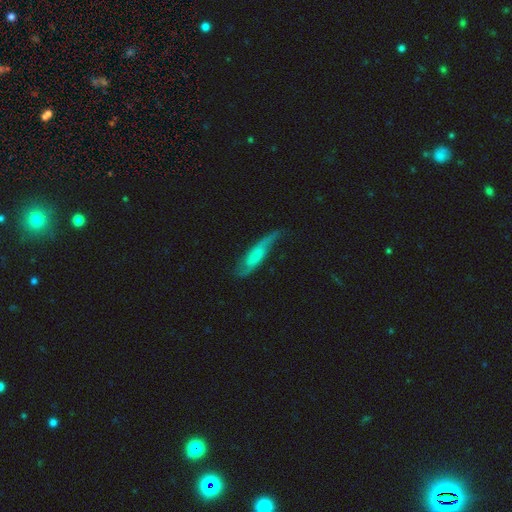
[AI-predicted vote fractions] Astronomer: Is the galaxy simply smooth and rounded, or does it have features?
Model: featured or disk — 62%.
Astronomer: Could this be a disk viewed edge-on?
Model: no — 77%.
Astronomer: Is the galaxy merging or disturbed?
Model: none — 56%.